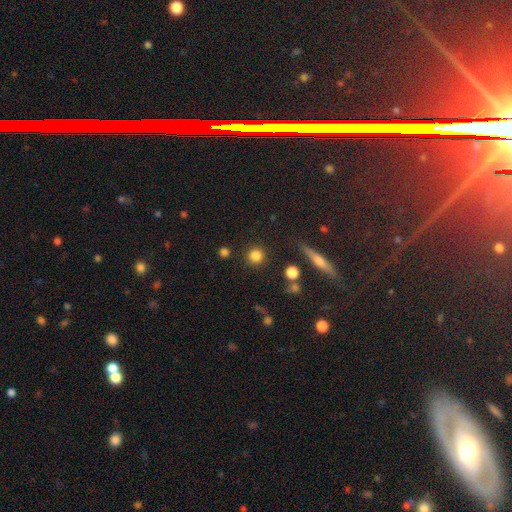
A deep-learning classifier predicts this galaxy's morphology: A smooth galaxy with no disk features (83%) that is round (93%).

Vote fractions:
- Smooth or featured? smooth: 83% / star or artifact: 11% / featured or disk: 6%
- How rounded? round: 93% / in between: 6% / cigar-shaped: 2%
- Merging? none: 88% / minor disturbance: 6% / merger: 3% / major disturbance: 3%